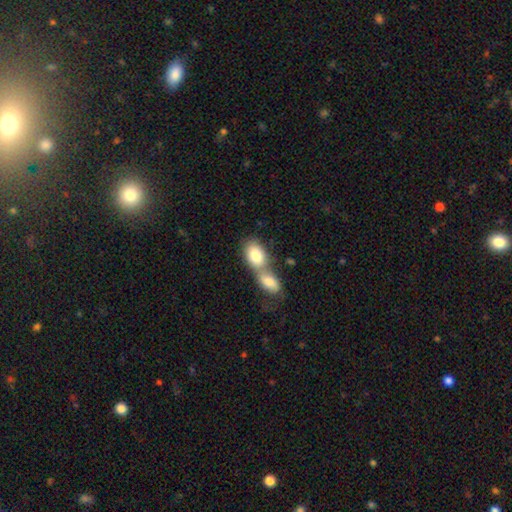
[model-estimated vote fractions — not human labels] Smooth or featured? Predicted: smooth (p=0.80). How rounded? Predicted: in between (p=0.86). Merging? Predicted: merger (p=0.66).